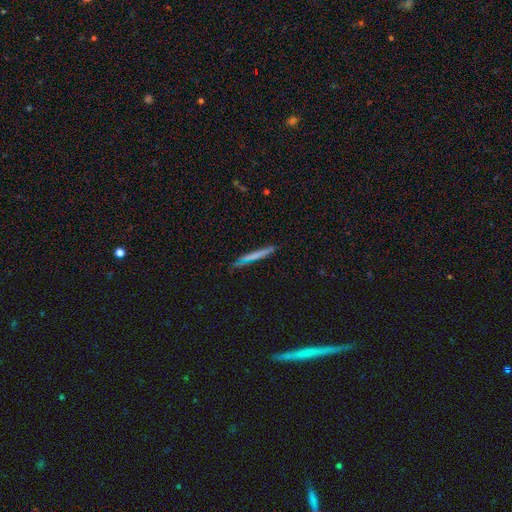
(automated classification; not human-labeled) Smooth or featured? Predicted: smooth (p=0.61). How rounded? Predicted: cigar-shaped (p=0.95). Merging? Predicted: none (p=0.80).